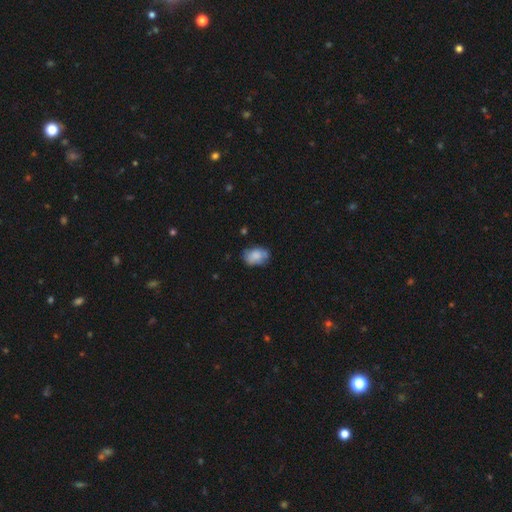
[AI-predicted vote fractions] smooth-or-featured: smooth: 75% | featured or disk: 16% | star or artifact: 8%
  how-rounded: in between: 79% | round: 19% | cigar-shaped: 1%
  merging: none: 61% | minor disturbance: 28% | major disturbance: 7% | merger: 3%